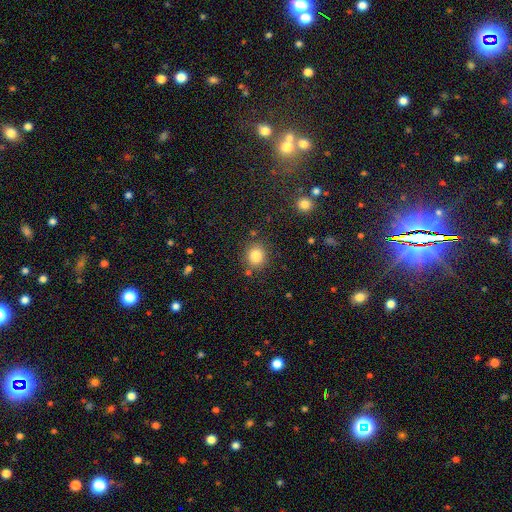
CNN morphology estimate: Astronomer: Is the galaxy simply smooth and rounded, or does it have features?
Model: smooth — 83%.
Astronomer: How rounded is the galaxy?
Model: round — 82%.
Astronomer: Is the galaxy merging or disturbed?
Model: none — 83%.